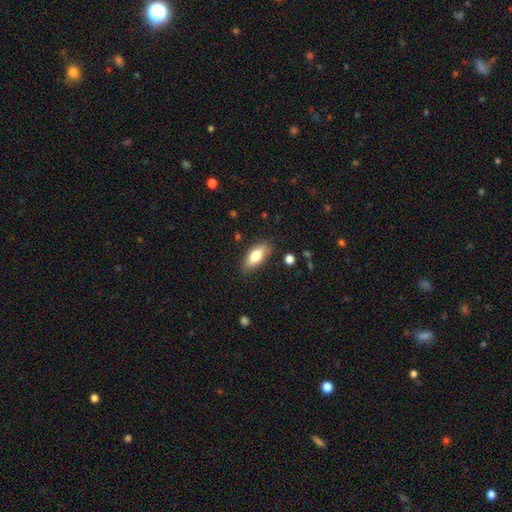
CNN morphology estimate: smooth-or-featured: smooth: 76% | featured or disk: 17% | star or artifact: 7%
  how-rounded: in between: 82% | cigar-shaped: 15% | round: 3%
  merging: none: 81% | minor disturbance: 14% | major disturbance: 3% | merger: 2%